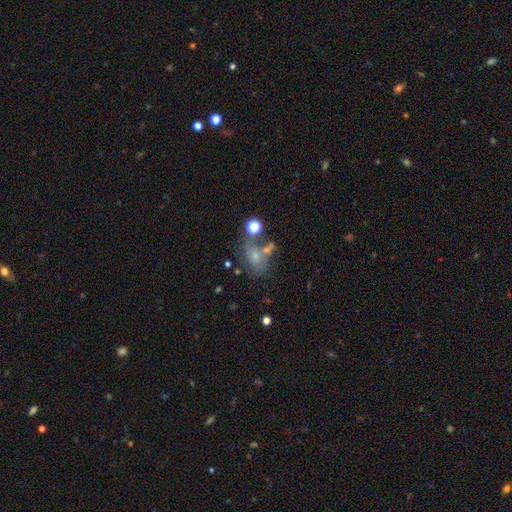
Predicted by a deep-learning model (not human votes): Smooth or featured? smooth (56%)
How rounded? in between (72%)
Merging? none (40%)